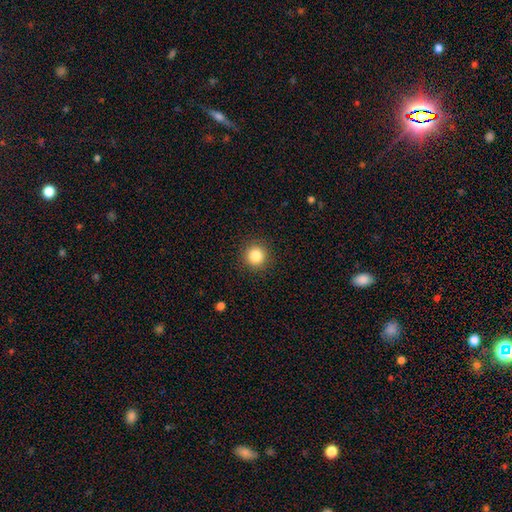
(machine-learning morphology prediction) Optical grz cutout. It shows a smooth galaxy with no disk features (84%) that is round (94%). Merging: none (91%).